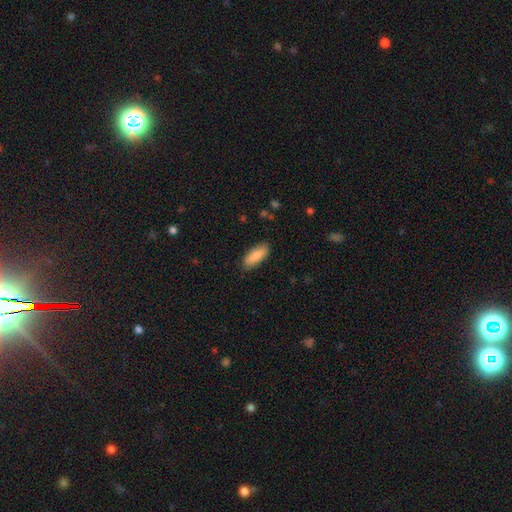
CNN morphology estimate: Smooth or featured? smooth (82%)
How rounded? in between (70%)
Merging? none (87%)